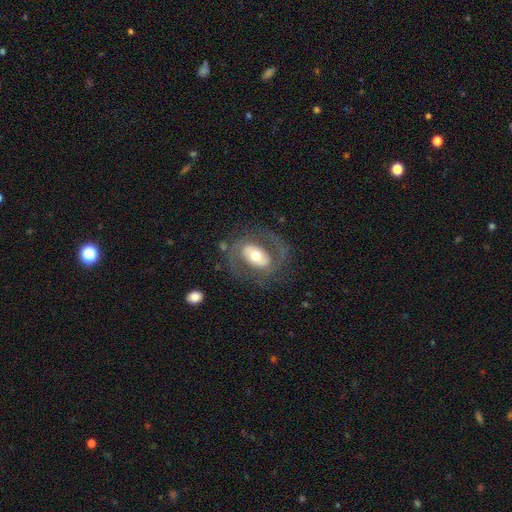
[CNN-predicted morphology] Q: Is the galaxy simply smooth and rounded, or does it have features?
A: featured or disk — 71%.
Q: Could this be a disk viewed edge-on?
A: no — 95%.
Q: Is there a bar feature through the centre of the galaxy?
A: no — 43%.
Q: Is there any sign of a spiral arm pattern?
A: yes — 71%.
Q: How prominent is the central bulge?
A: moderate — 66%.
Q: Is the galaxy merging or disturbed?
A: none — 69%.